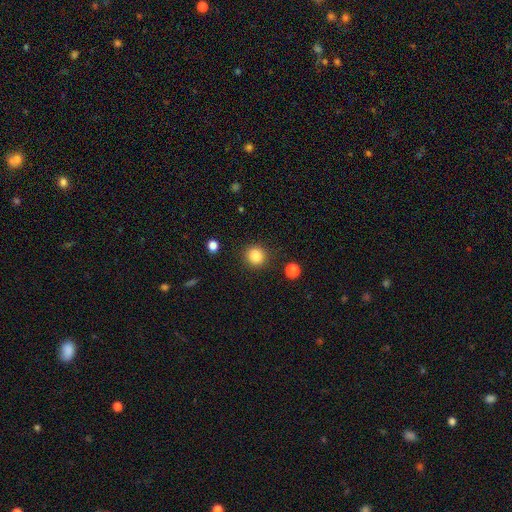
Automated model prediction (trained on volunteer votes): A smooth galaxy with no disk features (85%) that is round (90%).

Vote fractions:
- Smooth or featured? smooth: 85% / star or artifact: 11% / featured or disk: 4%
- How rounded? round: 90% / in between: 9% / cigar-shaped: 1%
- Merging? none: 88% / minor disturbance: 7% / major disturbance: 3% / merger: 2%